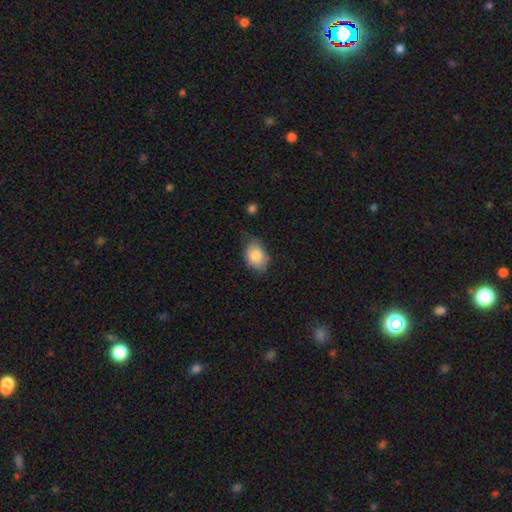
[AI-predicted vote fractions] Smooth or featured? smooth (82%)
How rounded? in between (82%)
Merging? none (67%)